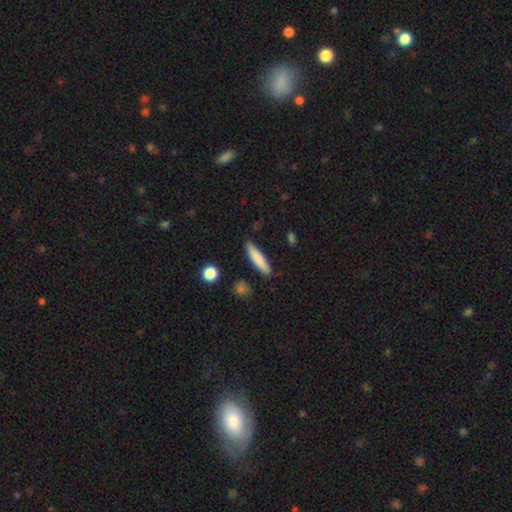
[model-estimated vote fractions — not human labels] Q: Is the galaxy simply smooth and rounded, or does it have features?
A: smooth — 80%.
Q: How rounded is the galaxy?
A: cigar-shaped — 89%.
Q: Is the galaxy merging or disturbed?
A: none — 88%.